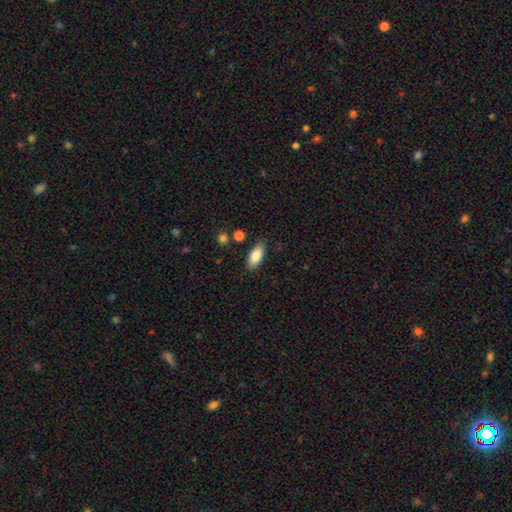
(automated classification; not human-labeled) Overall: smooth (83%). How rounded: in between (83%). Merging: none (84%).